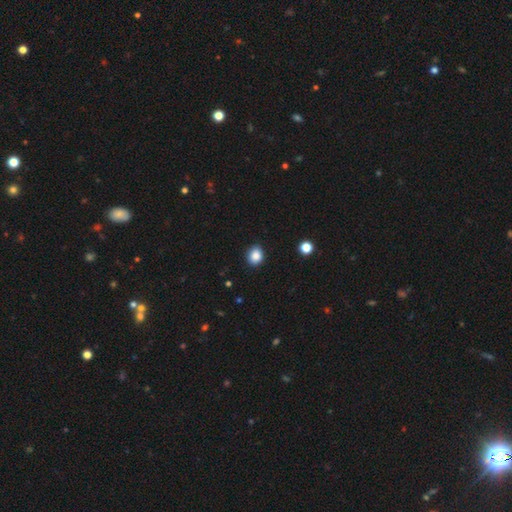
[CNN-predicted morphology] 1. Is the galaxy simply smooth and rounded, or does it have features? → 87% smooth, 10% star or artifact, 4% featured or disk.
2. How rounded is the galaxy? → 61% round, 38% in between, 1% cigar-shaped.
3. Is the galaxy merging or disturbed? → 90% none, 7% minor disturbance, 2% major disturbance, 1% merger.